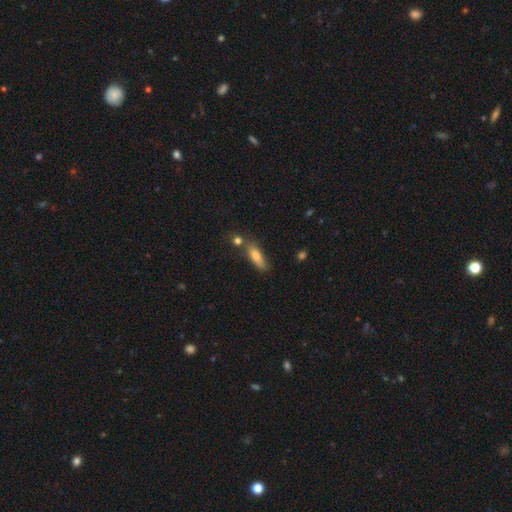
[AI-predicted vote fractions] smooth_or_featured: smooth (p=0.72) [alt: featured or disk p=0.19]
how_rounded: cigar-shaped (p=0.50) [alt: in between p=0.47]
merging: none (p=0.62) [alt: minor disturbance p=0.18]